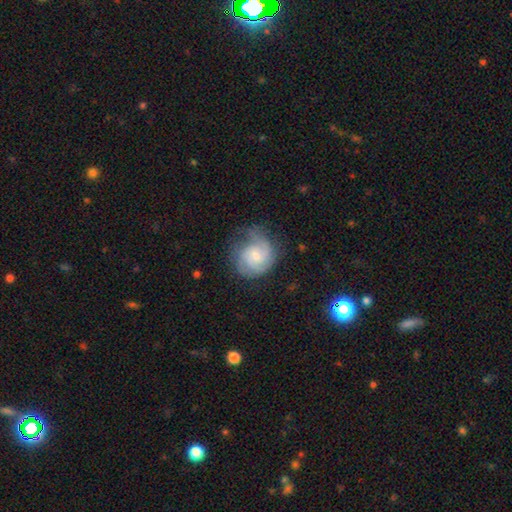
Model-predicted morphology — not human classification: Overall: featured or disk (69%). Edge-on disk: no (98%). Bar: no (68%; weak 29%). Spiral arms: yes (93%). Spiral arm count: 2 (35%; can't tell 26%). Spiral winding: tight (47%; medium 40%). Bulge size: small (61%; moderate 34%). Merging: none (57%; minor disturbance 26%).